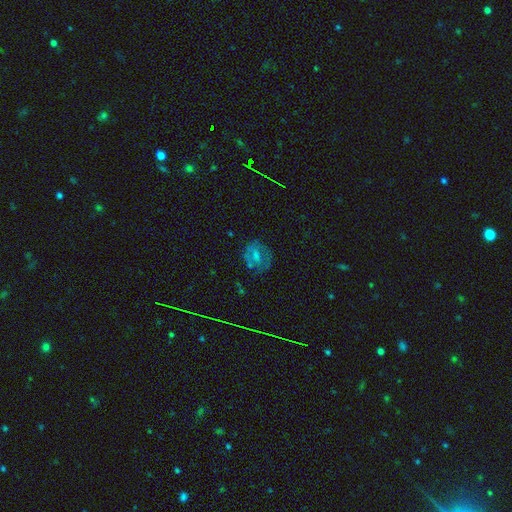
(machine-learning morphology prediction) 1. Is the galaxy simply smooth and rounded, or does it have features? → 42% featured or disk, 30% smooth, 27% star or artifact.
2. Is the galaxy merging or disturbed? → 75% none, 16% minor disturbance, 8% major disturbance, 2% merger.